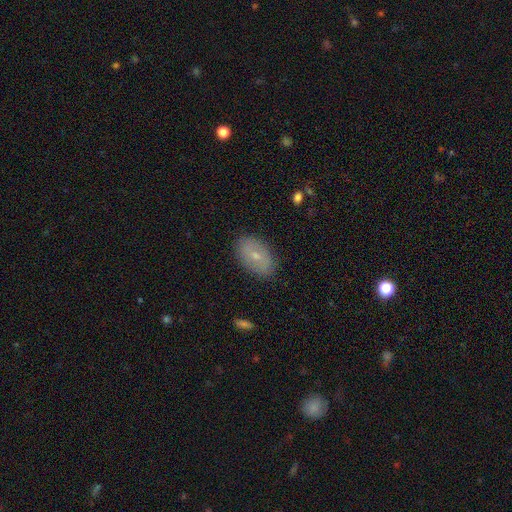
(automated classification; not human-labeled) A smooth galaxy with no disk features (57%) that is in between round and cigar-shaped (90%).

Vote fractions:
- Smooth or featured? smooth: 57% / featured or disk: 34% / star or artifact: 9%
- How rounded? in between: 90% / round: 8% / cigar-shaped: 2%
- Merging? none: 85% / minor disturbance: 11% / major disturbance: 3% / merger: 1%